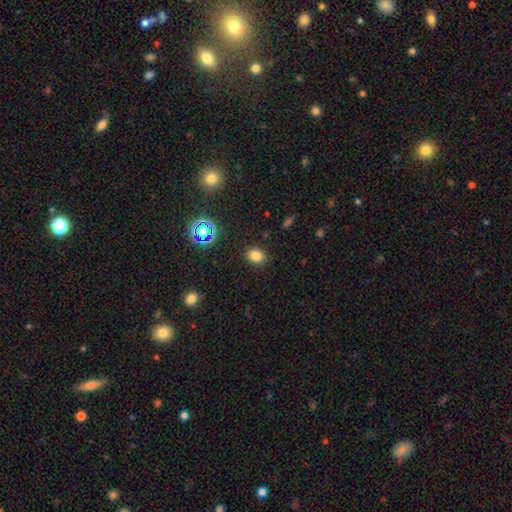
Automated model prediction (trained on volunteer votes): Morphology: type=smooth (79%); roundness=round (55%); merging=none (88%).